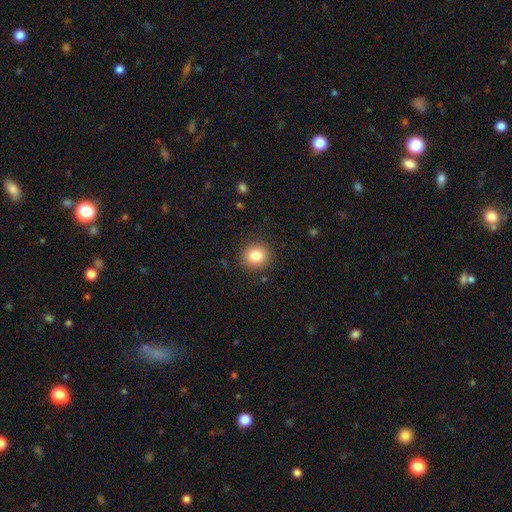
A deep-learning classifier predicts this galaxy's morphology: A smooth galaxy with no disk features (83%) that is round (77%).

Vote fractions:
- Smooth or featured? smooth: 83% / star or artifact: 10% / featured or disk: 7%
- How rounded? round: 77% / in between: 22% / cigar-shaped: 1%
- Merging? none: 88% / minor disturbance: 8% / major disturbance: 3% / merger: 1%